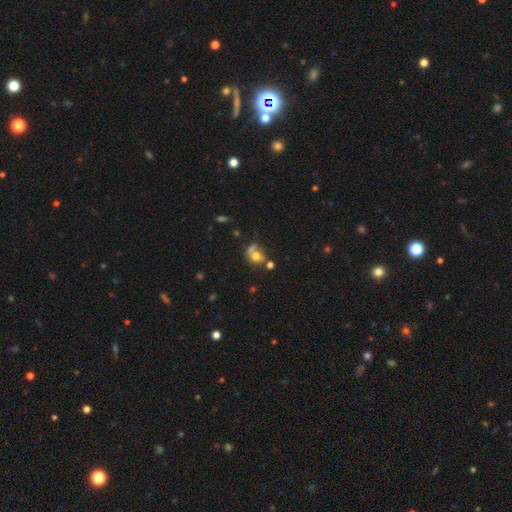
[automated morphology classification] Smooth or featured?
  - smooth: 66% *
  - featured or disk: 21%
  - star or artifact: 13%
How rounded?
  - round: 59% *
  - in between: 40%
  - cigar-shaped: 1%
Merging?
  - merger: 36% *
  - none: 35%
  - minor disturbance: 17%
  - major disturbance: 13%